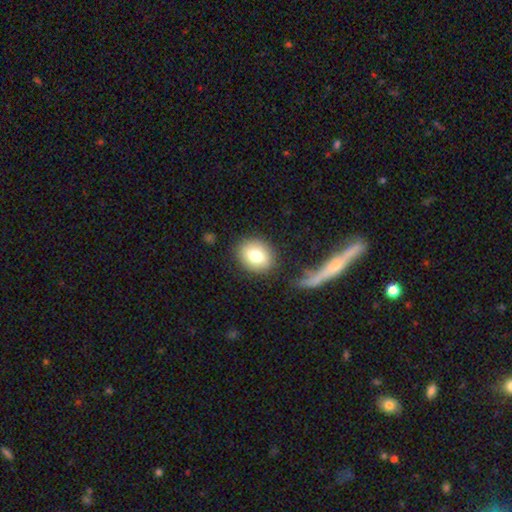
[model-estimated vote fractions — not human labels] smooth-or-featured: smooth: 78% | featured or disk: 13% | star or artifact: 9%
  how-rounded: round: 56% | in between: 42% | cigar-shaped: 1%
  merging: none: 84% | minor disturbance: 10% | major disturbance: 3% | merger: 3%